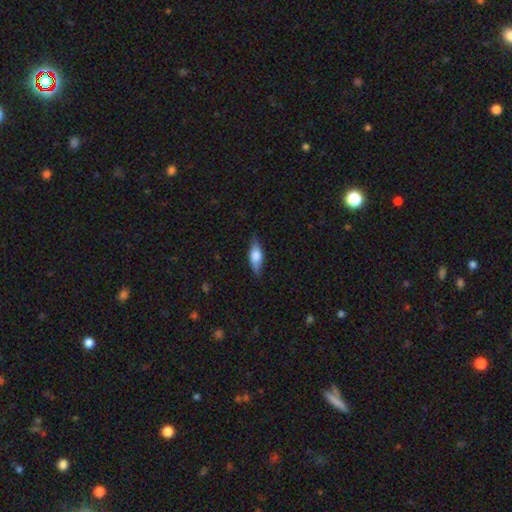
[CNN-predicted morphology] Smooth or featured? Predicted: smooth (p=0.64). How rounded? Predicted: in between (p=0.67). Merging? Predicted: none (p=0.82).